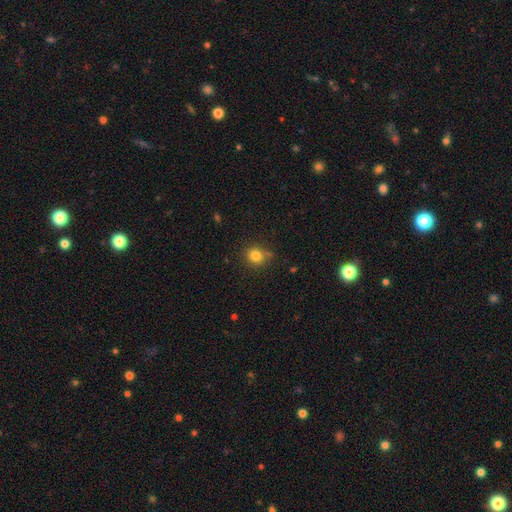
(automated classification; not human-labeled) Morphology: type=smooth (82%); roundness=round (84%); merging=none (73%).